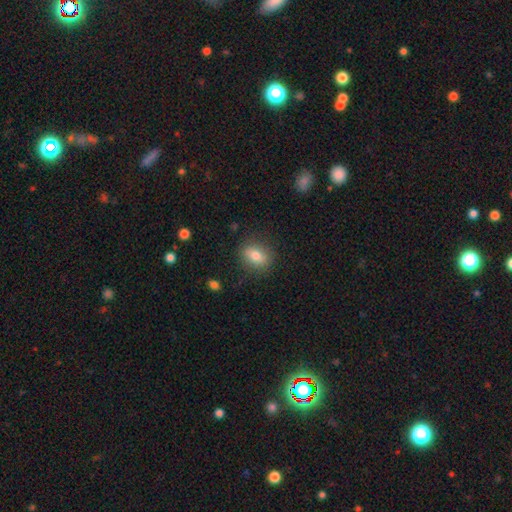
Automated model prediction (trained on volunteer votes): Morphology: type=smooth (77%); roundness=in between (64%); merging=none (84%).